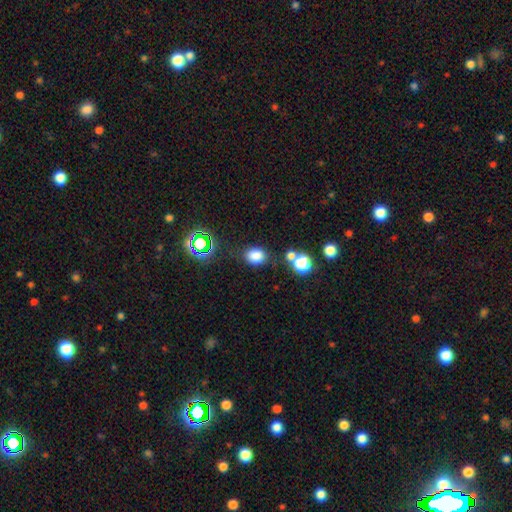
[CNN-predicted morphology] type=smooth (79%); roundness=in between (60%); merging=none (78%).